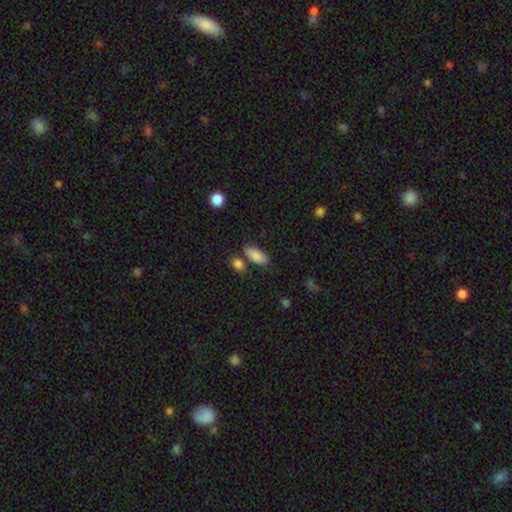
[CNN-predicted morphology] Q: Smooth or featured?
A: smooth (86%); runner-up: star or artifact (7%)
Q: How rounded?
A: in between (87%); runner-up: cigar-shaped (10%)
Q: Merging?
A: none (66%); runner-up: minor disturbance (16%)